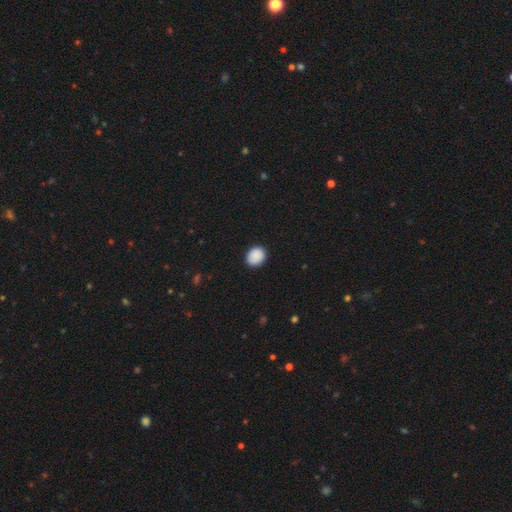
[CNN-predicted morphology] smooth 89%, star or artifact 8%, featured or disk 3%. Down the decision tree: how rounded — round (68%); merging — none (87%).